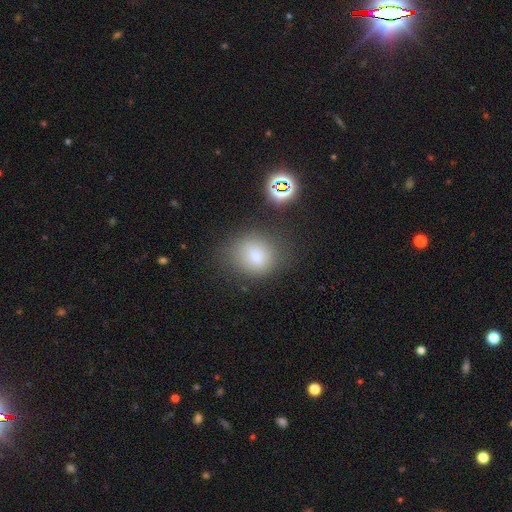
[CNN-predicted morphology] This is likely a smooth galaxy (77%). How rounded: likely round (61%). Merging: likely none (69%).